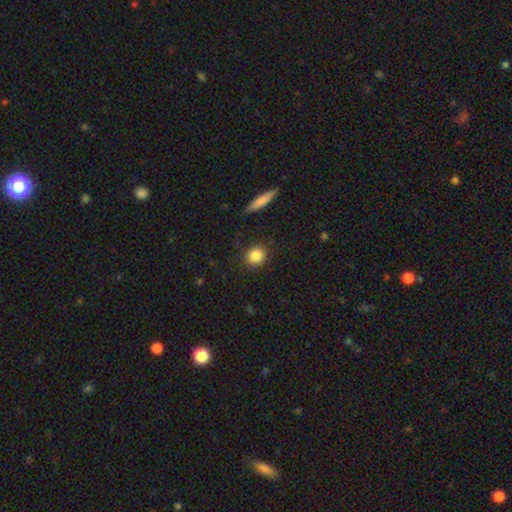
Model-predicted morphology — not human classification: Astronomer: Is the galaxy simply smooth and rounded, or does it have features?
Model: smooth — 86%.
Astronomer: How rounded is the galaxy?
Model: round — 79%.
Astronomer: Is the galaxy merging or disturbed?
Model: none — 87%.